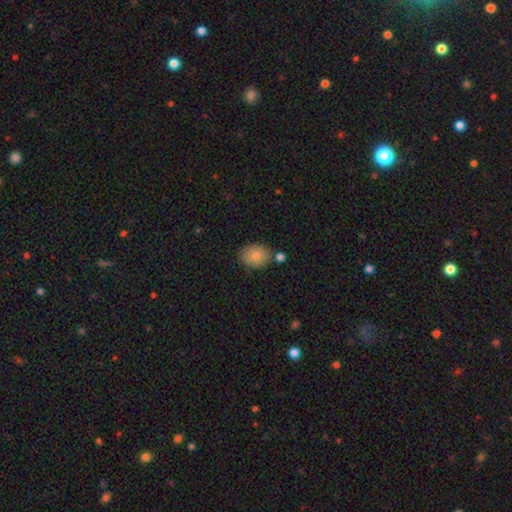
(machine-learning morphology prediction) A smooth galaxy with no disk features (82%) that is in between round and cigar-shaped (62%). Merging: none (74%).